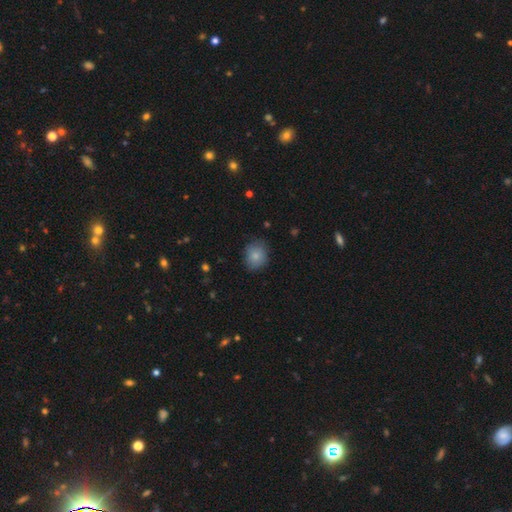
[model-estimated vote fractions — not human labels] The model was most divided on "how rounded": round: 61%, in between: 38%, cigar-shaped: 1%. More confident: smooth or featured — smooth (83%); merging — none (79%).